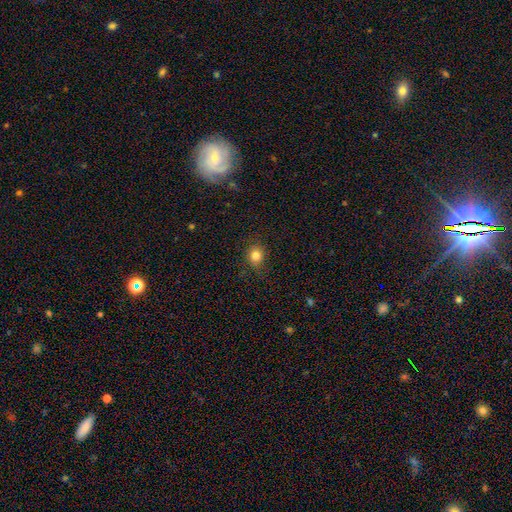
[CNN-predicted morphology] Smooth or featured?
  - smooth: 82% *
  - star or artifact: 12%
  - featured or disk: 6%
How rounded?
  - round: 70% *
  - in between: 29%
  - cigar-shaped: 1%
Merging?
  - none: 83% *
  - minor disturbance: 12%
  - major disturbance: 3%
  - merger: 1%